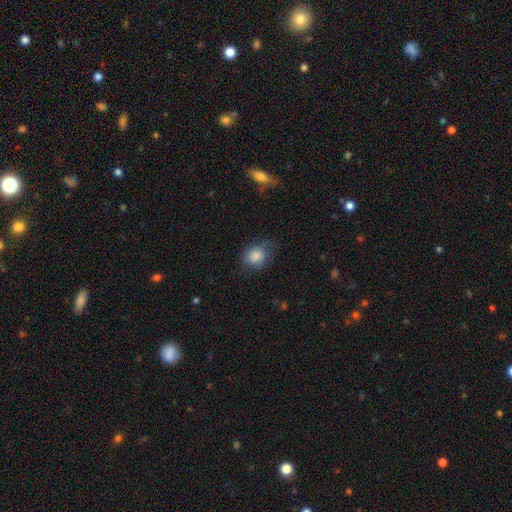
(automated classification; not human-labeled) Smooth or featured: smooth — 84% (star or artifact — 9%)
How rounded: round — 56% (in between — 43%)
Merging: none — 65% (minor disturbance — 25%)